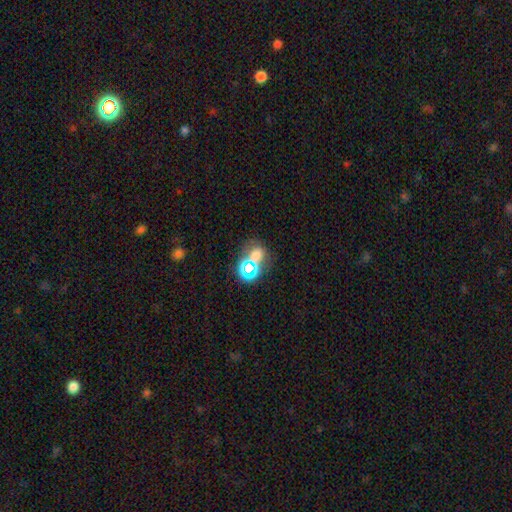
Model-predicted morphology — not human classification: smooth 48%, star or artifact 38%, featured or disk 14%. Down the decision tree: merging — none (45%).